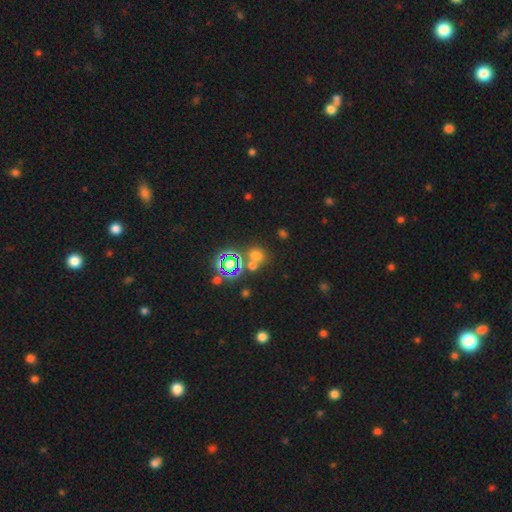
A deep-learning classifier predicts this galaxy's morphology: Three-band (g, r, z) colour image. It shows a smooth galaxy with no disk features (55%) that is round (76%). Merging: none (62%).